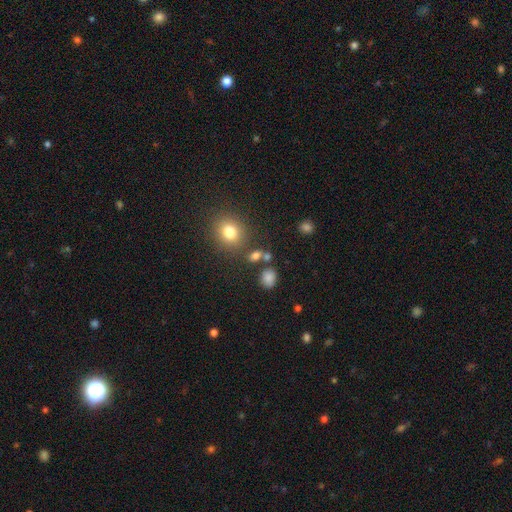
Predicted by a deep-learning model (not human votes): The model was most divided on "how rounded": round: 54%, in between: 44%, cigar-shaped: 2%. More confident: smooth or featured — smooth (77%); merging — none (67%).